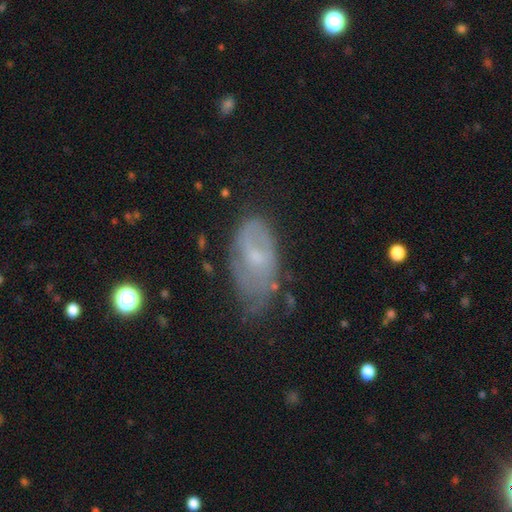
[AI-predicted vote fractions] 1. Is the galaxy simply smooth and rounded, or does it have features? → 50% featured or disk, 40% smooth, 10% star or artifact.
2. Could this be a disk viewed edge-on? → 92% no, 8% yes.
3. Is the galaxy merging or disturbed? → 42% none, 36% minor disturbance, 18% major disturbance, 3% merger.